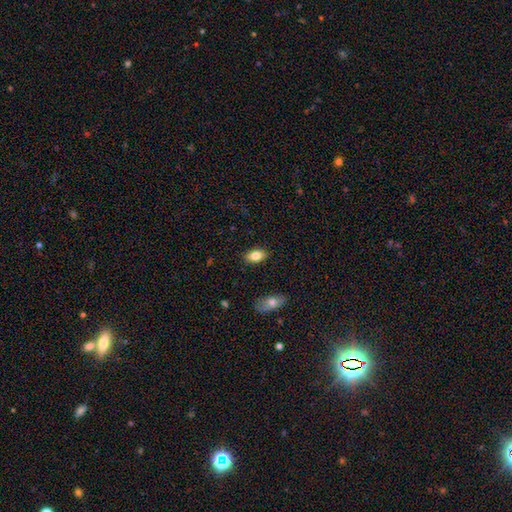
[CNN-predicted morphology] A smooth galaxy with no disk features (80%) that is in between round and cigar-shaped (89%).

Vote fractions:
- Smooth or featured? smooth: 80% / featured or disk: 13% / star or artifact: 8%
- How rounded? in between: 89% / round: 7% / cigar-shaped: 4%
- Merging? none: 87% / minor disturbance: 9% / major disturbance: 2% / merger: 1%